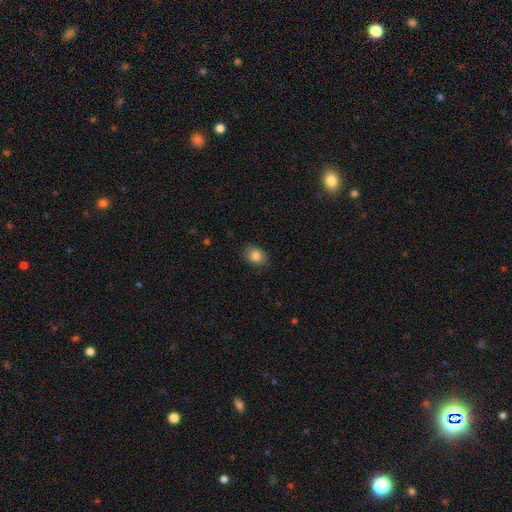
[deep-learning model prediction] Q: Smooth or featured?
A: smooth (84%); runner-up: star or artifact (8%)
Q: How rounded?
A: in between (71%); runner-up: round (28%)
Q: Merging?
A: none (82%); runner-up: minor disturbance (14%)